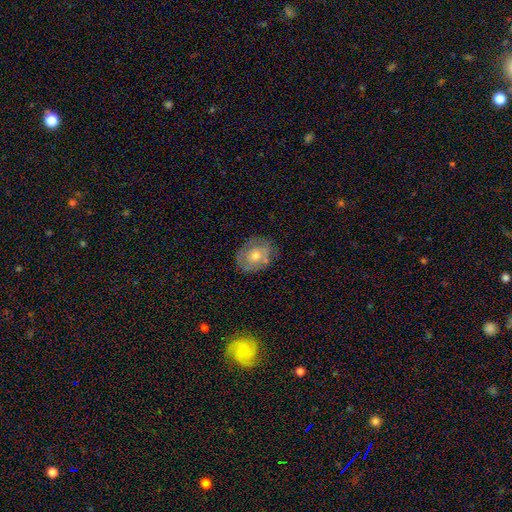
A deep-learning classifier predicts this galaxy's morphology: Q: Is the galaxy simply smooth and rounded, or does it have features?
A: smooth — 47%.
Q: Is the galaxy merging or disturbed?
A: none — 74%.